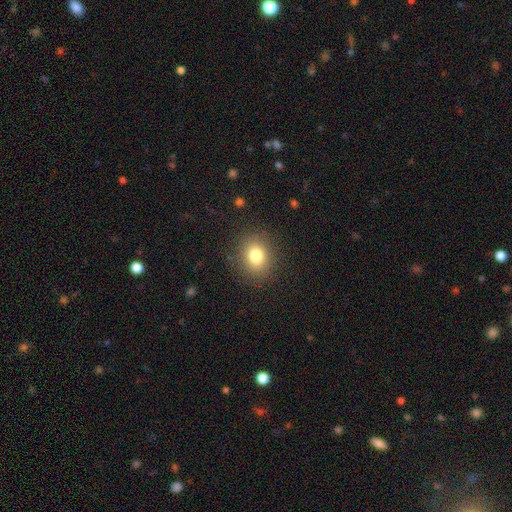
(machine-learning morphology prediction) smooth_or_featured: smooth (p=0.79) [alt: star or artifact p=0.12]
how_rounded: round (p=0.67) [alt: in between p=0.32]
merging: none (p=0.87) [alt: minor disturbance p=0.08]